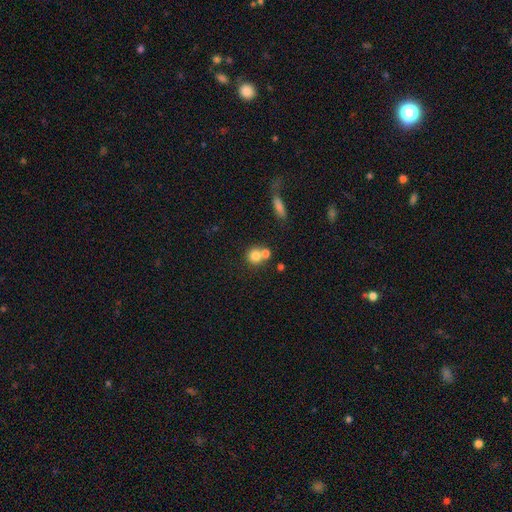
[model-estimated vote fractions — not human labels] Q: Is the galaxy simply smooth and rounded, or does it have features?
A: smooth — 77%.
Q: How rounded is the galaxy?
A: round — 85%.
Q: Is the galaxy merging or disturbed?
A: none — 46%.